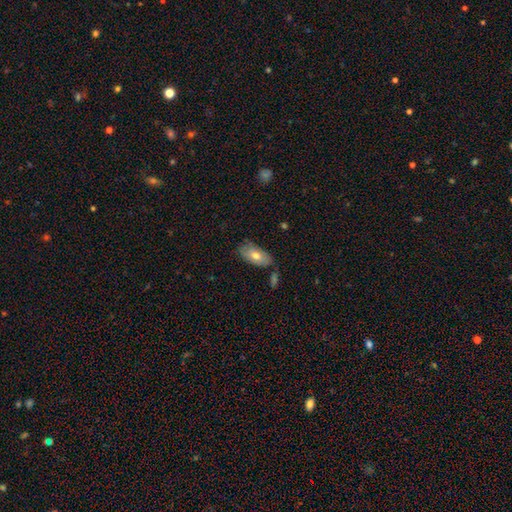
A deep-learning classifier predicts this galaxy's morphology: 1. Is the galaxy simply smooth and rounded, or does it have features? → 68% smooth, 26% featured or disk, 6% star or artifact.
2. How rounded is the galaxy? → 92% in between, 5% cigar-shaped, 3% round.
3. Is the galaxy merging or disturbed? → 71% none, 20% minor disturbance, 5% merger, 4% major disturbance.